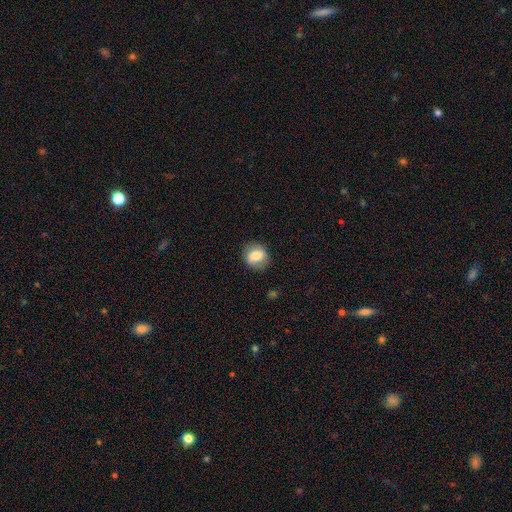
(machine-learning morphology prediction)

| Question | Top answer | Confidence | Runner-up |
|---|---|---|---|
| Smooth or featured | smooth | 73% | featured or disk (19%) |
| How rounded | round | 74% | in between (25%) |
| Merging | none | 83% | minor disturbance (12%) |